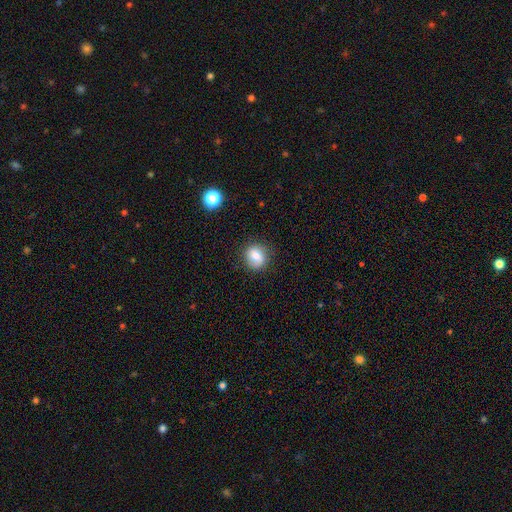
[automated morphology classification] A smooth galaxy with no disk features (74%) that is round (72%).

Vote fractions:
- Smooth or featured? smooth: 74% / featured or disk: 16% / star or artifact: 10%
- How rounded? round: 72% / in between: 26% / cigar-shaped: 1%
- Merging? none: 79% / minor disturbance: 16% / major disturbance: 4% / merger: 1%